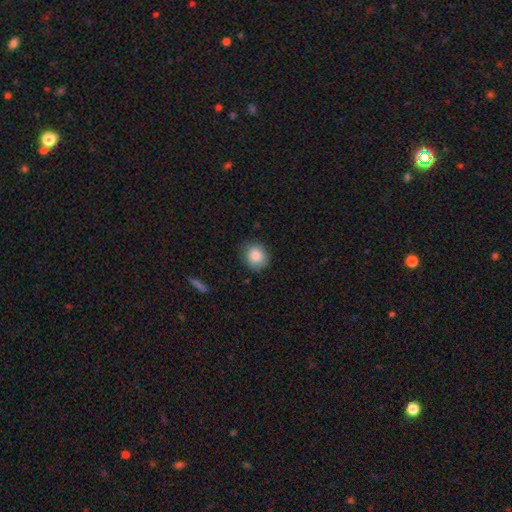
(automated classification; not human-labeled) smooth 86%, star or artifact 8%, featured or disk 6%. Down the decision tree: how rounded — round (81%); merging — none (80%).